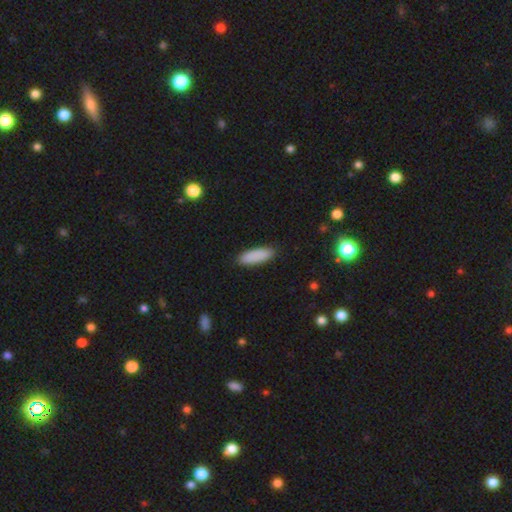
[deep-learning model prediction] Morphology: type=smooth (89%); roundness=in between (56%); merging=none (88%).